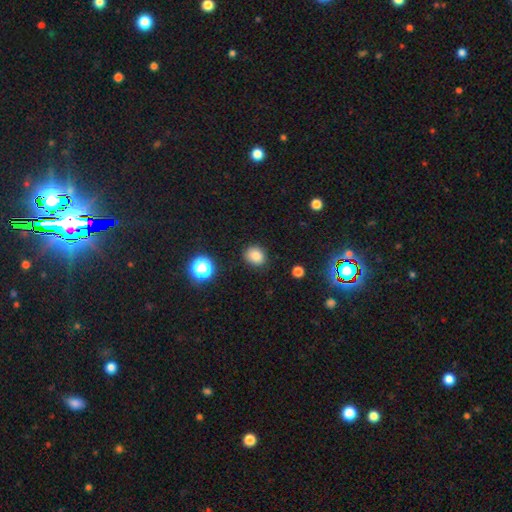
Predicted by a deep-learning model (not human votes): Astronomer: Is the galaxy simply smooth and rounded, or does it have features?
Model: smooth — 83%.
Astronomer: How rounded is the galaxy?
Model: round — 64%.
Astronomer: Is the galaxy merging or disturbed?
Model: none — 85%.